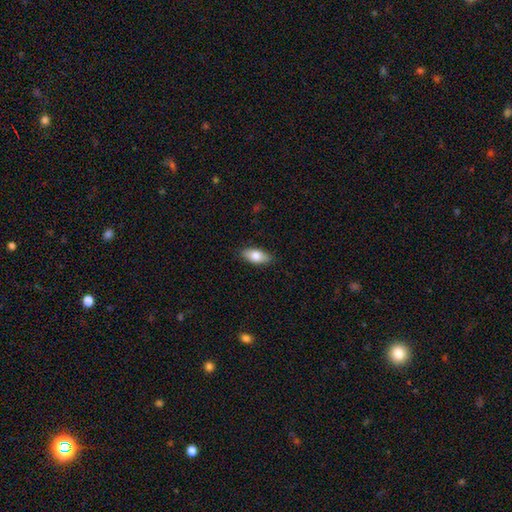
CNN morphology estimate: Smooth or featured?
  - smooth: 80% *
  - featured or disk: 14%
  - star or artifact: 6%
How rounded?
  - in between: 87% *
  - cigar-shaped: 10%
  - round: 3%
Merging?
  - none: 87% *
  - minor disturbance: 10%
  - major disturbance: 2%
  - merger: 1%